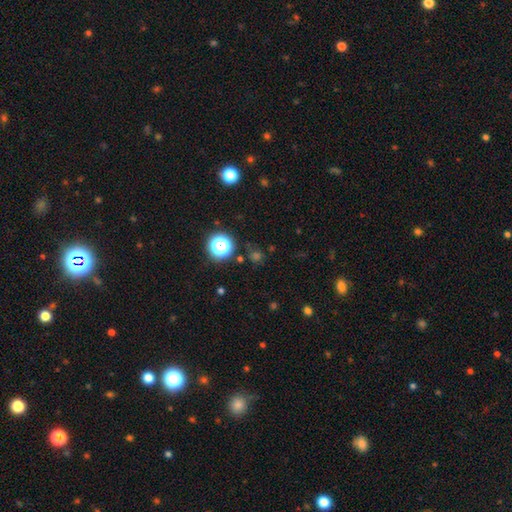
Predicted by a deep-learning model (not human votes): smooth-or-featured: star or artifact: 54% | smooth: 39% | featured or disk: 7%